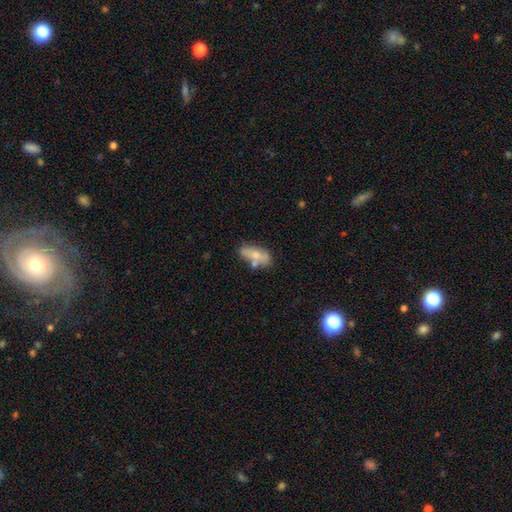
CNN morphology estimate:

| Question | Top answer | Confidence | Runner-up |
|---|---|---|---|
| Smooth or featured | smooth | 65% | featured or disk (27%) |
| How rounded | in between | 79% | cigar-shaped (18%) |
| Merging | none | 54% | merger (20%) |